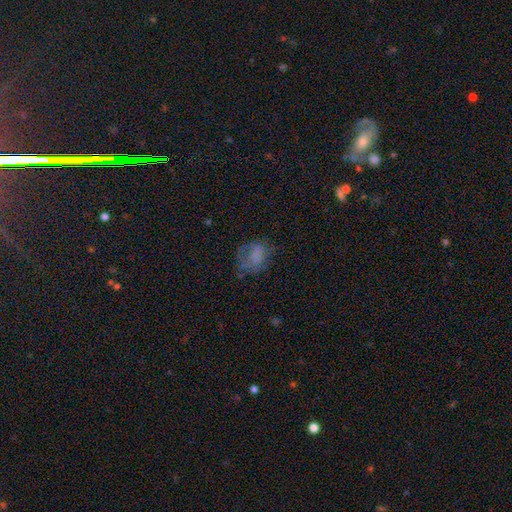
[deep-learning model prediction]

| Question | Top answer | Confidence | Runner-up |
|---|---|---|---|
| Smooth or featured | smooth | 59% | featured or disk (26%) |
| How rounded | in between | 61% | round (38%) |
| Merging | none | 46% | major disturbance (27%) |